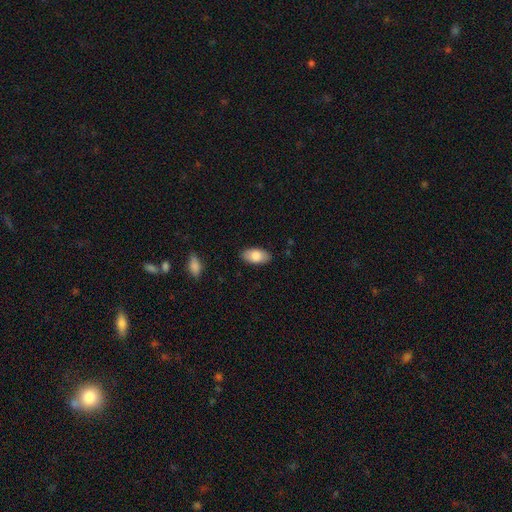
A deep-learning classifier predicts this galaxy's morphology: Smooth or featured?
  - smooth: 82% *
  - featured or disk: 12%
  - star or artifact: 6%
How rounded?
  - in between: 94% *
  - cigar-shaped: 3%
  - round: 3%
Merging?
  - none: 87% *
  - minor disturbance: 10%
  - major disturbance: 2%
  - merger: 1%